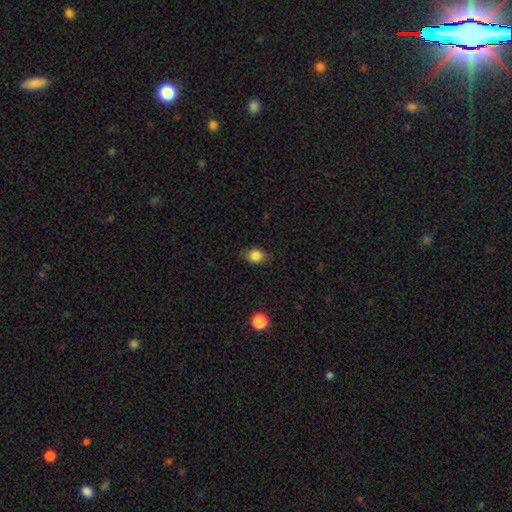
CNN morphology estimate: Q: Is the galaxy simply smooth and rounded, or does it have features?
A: smooth — 84%.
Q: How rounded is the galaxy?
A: round — 54%.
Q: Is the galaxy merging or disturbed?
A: none — 81%.